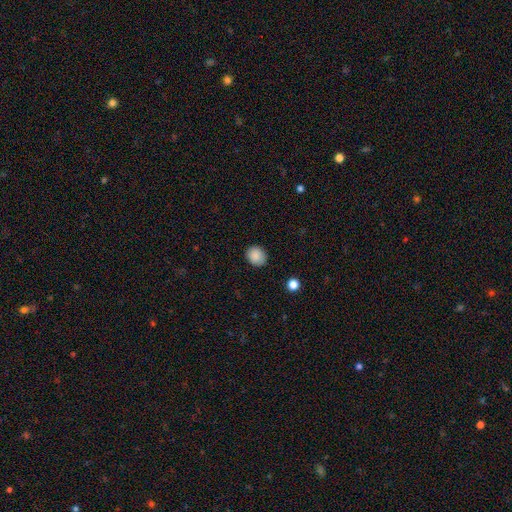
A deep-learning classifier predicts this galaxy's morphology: Q: Smooth or featured?
A: smooth (88%); runner-up: star or artifact (9%)
Q: How rounded?
A: round (69%); runner-up: in between (30%)
Q: Merging?
A: none (87%); runner-up: minor disturbance (10%)